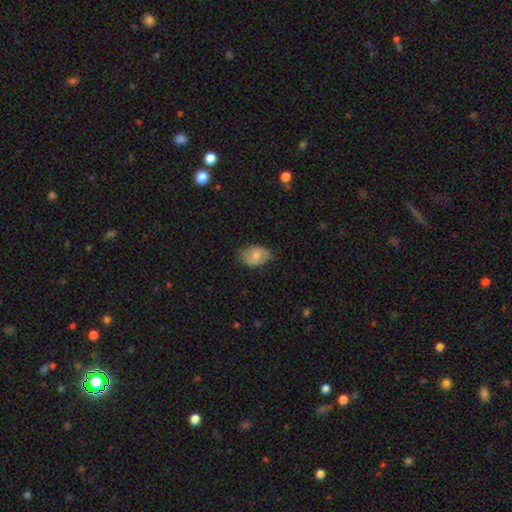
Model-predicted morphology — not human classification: Smooth or featured? smooth (69%)
How rounded? in between (82%)
Merging? none (68%)